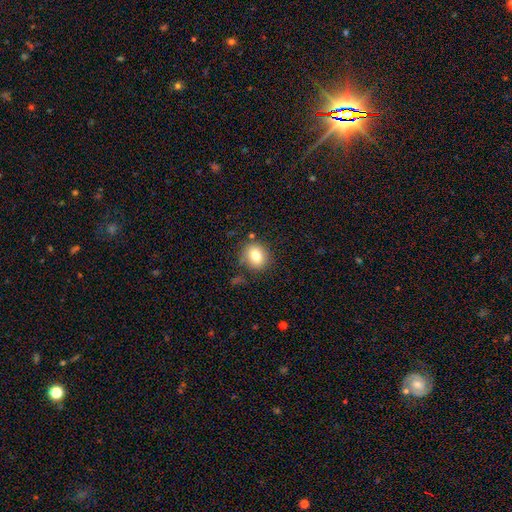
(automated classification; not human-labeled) Morphology: type=smooth (78%); roundness=round (77%); merging=none (83%).